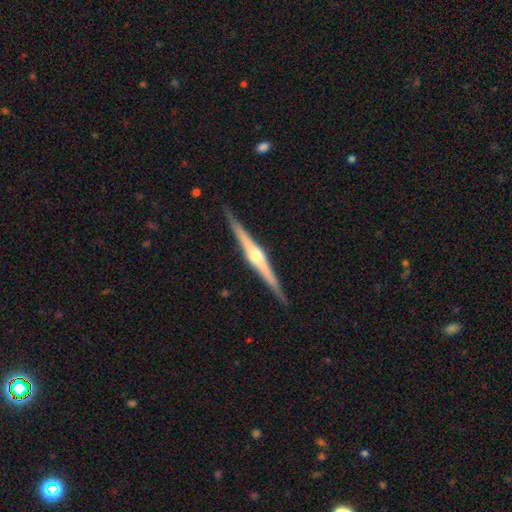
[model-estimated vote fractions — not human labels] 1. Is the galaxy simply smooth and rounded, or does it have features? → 84% featured or disk, 12% smooth, 5% star or artifact.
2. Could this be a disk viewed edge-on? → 99% yes, 1% no.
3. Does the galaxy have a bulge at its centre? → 91% rounded, 6% boxy, 4% none.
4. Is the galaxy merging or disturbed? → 91% none, 7% minor disturbance, 1% major disturbance, 1% merger.